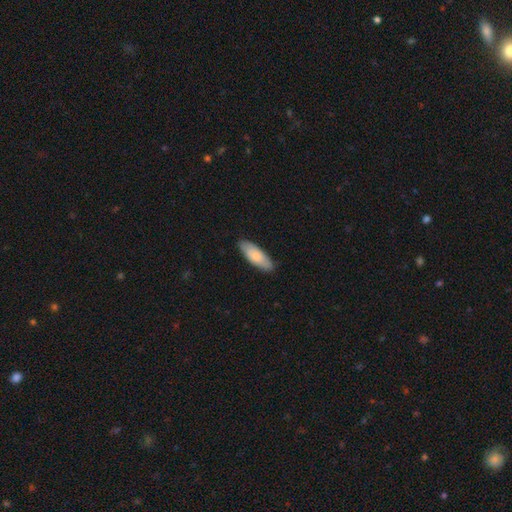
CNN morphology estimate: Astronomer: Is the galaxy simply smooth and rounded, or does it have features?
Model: smooth — 75%.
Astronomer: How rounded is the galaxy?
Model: in between — 70%.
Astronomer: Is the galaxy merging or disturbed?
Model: none — 85%.